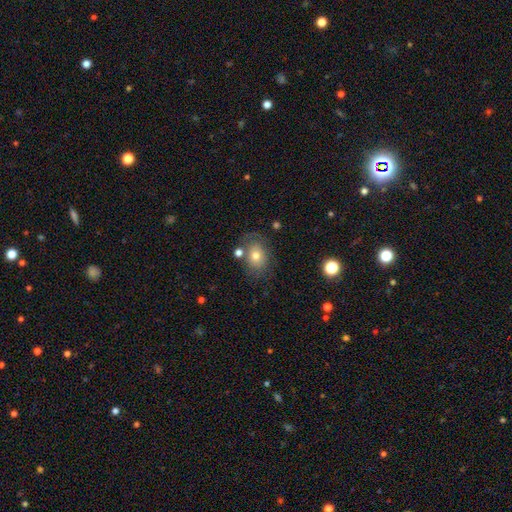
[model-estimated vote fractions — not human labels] Overall: smooth (69%). How rounded: in between (61%; round 38%). Merging: none (65%).